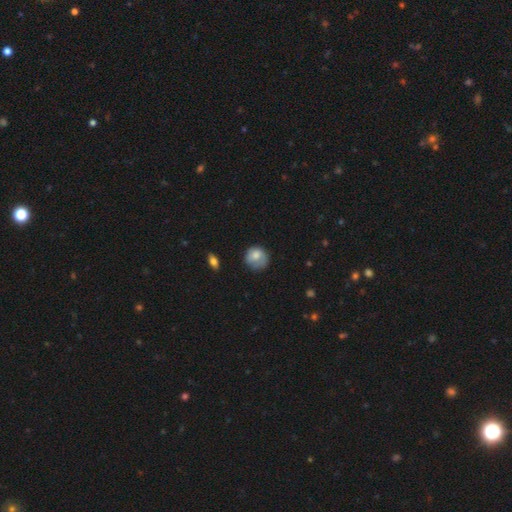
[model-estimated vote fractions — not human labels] Smooth or featured? smooth (75%)
How rounded? round (83%)
Merging? none (57%)